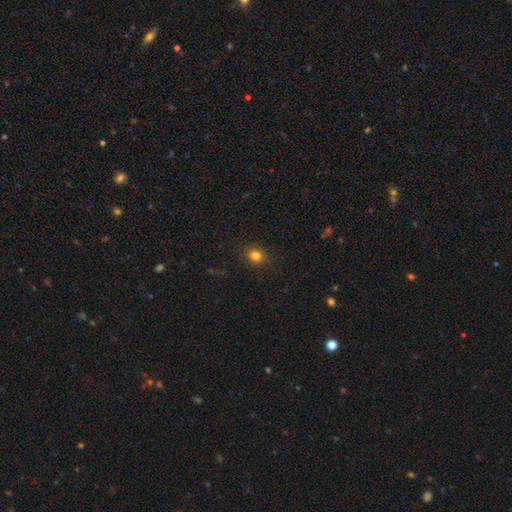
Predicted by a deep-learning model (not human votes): Smooth or featured?
  - smooth: 81% *
  - star or artifact: 13%
  - featured or disk: 6%
How rounded?
  - round: 71% *
  - in between: 28%
  - cigar-shaped: 1%
Merging?
  - none: 89% *
  - minor disturbance: 8%
  - major disturbance: 2%
  - merger: 1%